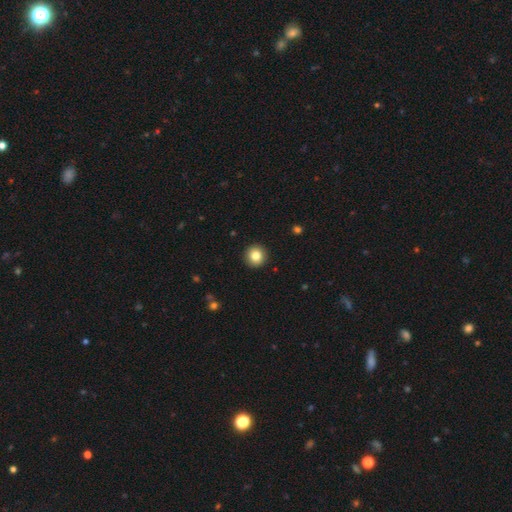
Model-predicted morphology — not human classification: type=smooth (83%); roundness=round (95%); merging=none (93%).